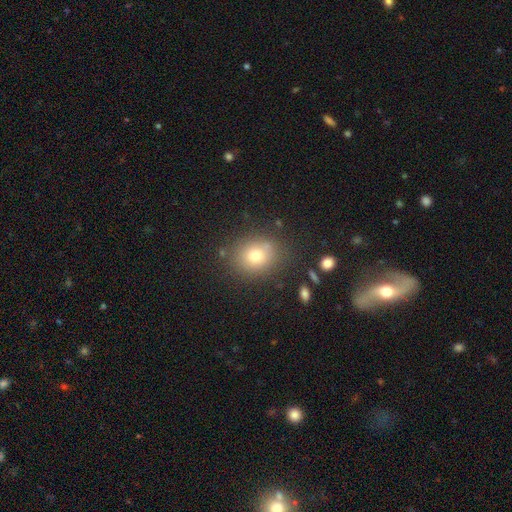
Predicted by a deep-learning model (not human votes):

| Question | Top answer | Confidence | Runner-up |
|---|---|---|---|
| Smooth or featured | smooth | 75% | star or artifact (13%) |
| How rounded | round | 63% | in between (36%) |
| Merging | none | 79% | minor disturbance (12%) |